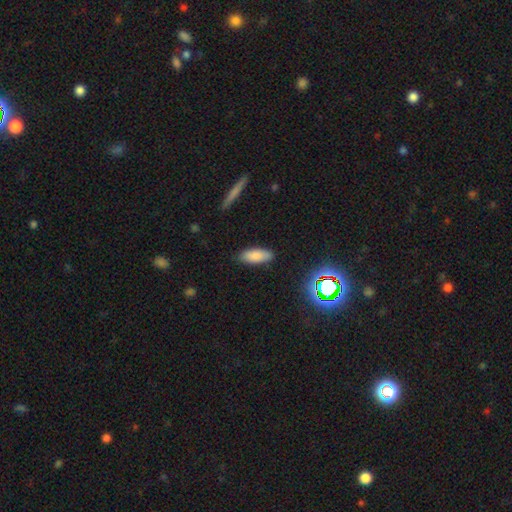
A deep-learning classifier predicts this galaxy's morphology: Overall: smooth (82%). How rounded: in between (74%). Merging: none (85%).